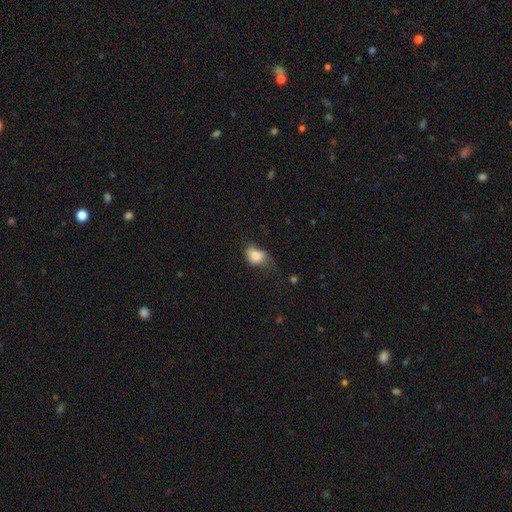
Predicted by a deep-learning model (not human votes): Smooth or featured? Predicted: smooth (p=0.83). How rounded? Predicted: in between (p=0.70). Merging? Predicted: minor disturbance (p=0.38).